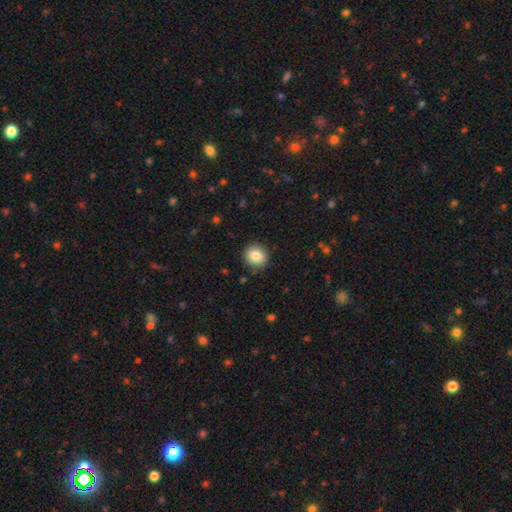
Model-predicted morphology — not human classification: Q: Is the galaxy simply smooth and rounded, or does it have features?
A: smooth — 85%.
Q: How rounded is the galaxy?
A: round — 84%.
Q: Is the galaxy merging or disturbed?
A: none — 89%.